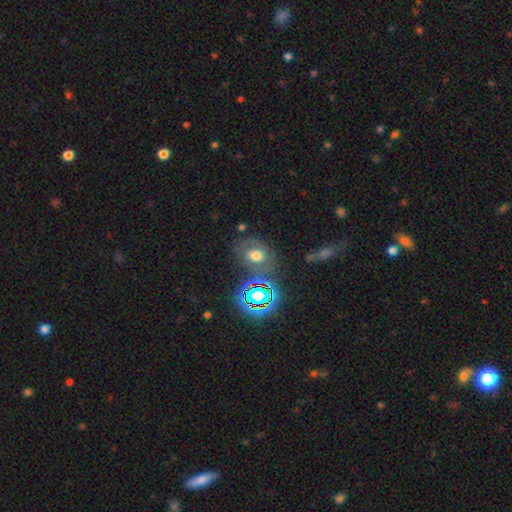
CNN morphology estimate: Smooth or featured? Predicted: smooth (p=0.48). Merging? Predicted: none (p=0.65).